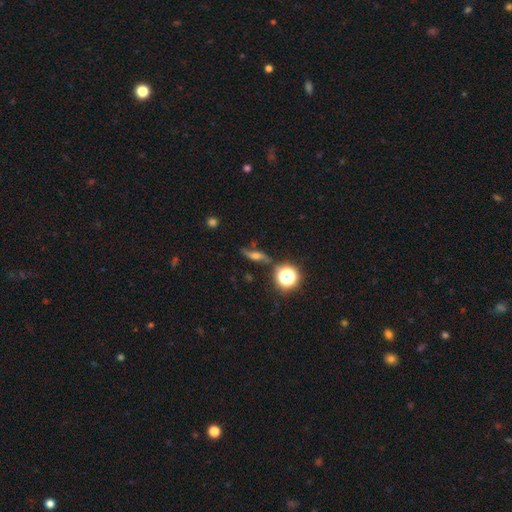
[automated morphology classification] Q: Smooth or featured?
A: featured or disk (45%); runner-up: smooth (35%)
Q: Merging?
A: none (68%); runner-up: minor disturbance (19%)